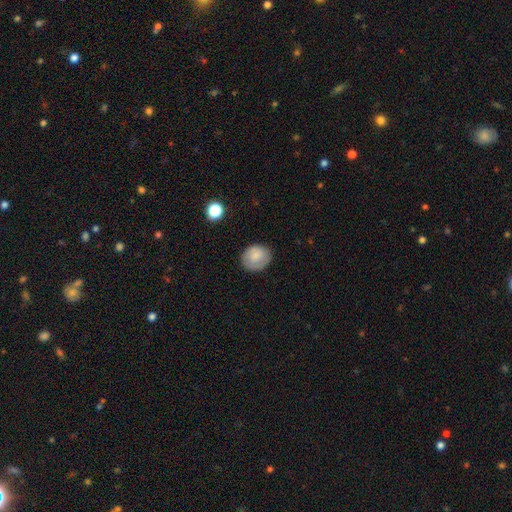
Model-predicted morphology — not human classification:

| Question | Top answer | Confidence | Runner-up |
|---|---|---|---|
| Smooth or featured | smooth | 75% | featured or disk (17%) |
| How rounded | round | 65% | in between (34%) |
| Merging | none | 80% | minor disturbance (15%) |